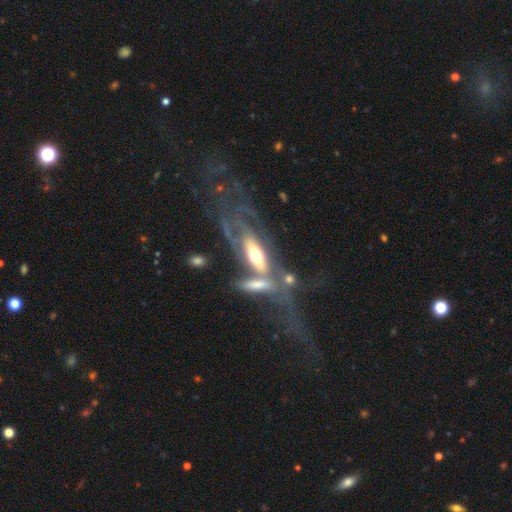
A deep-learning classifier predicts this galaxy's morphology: Smooth or featured? featured or disk (62%)
Edge-on disk? no (63%)
Merging? merger (36%)